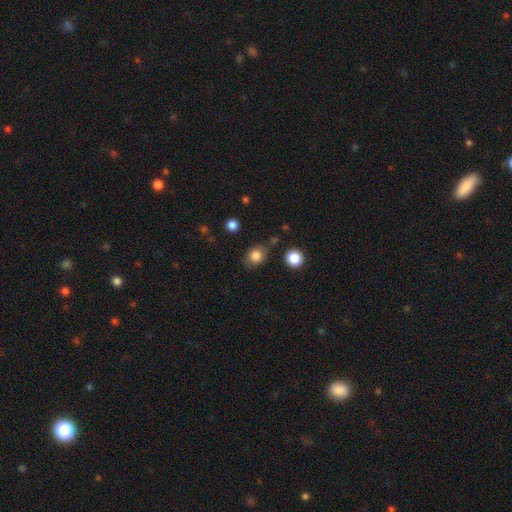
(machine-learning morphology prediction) Smooth or featured? smooth (84%)
How rounded? round (67%)
Merging? none (75%)